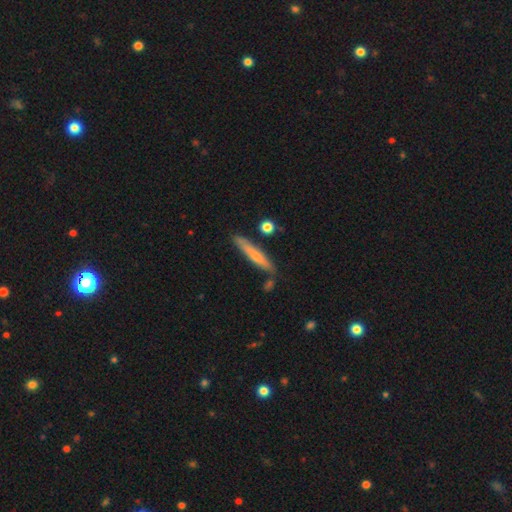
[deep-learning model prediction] This appears to be a smooth galaxy with no disk features (59%) that is cigar-shaped (92%). Merging: none (79%).